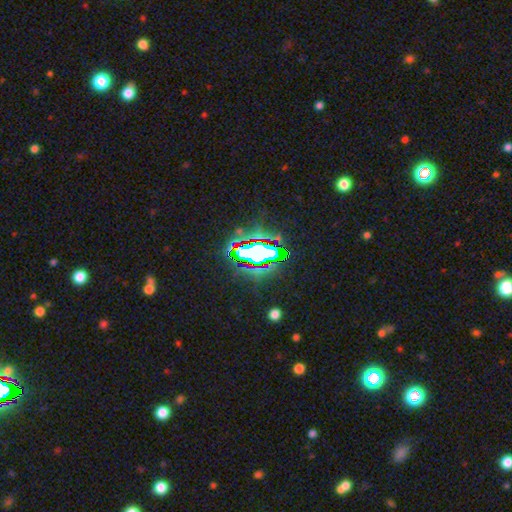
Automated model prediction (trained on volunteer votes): smooth_or_featured: star or artifact (p=0.64) [alt: smooth p=0.19]